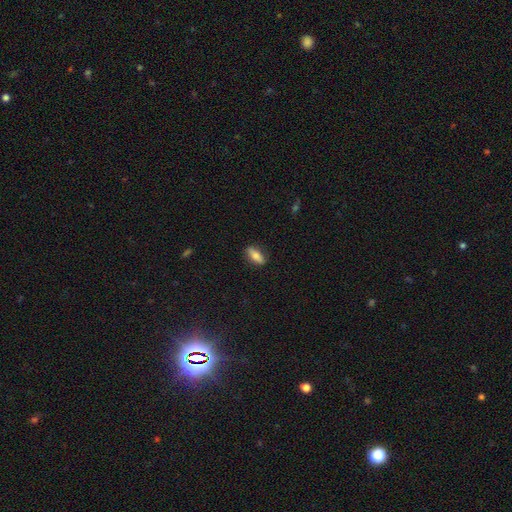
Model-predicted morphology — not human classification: Q: Smooth or featured?
A: smooth (72%); runner-up: featured or disk (21%)
Q: How rounded?
A: in between (71%); runner-up: cigar-shaped (26%)
Q: Merging?
A: none (84%); runner-up: minor disturbance (12%)